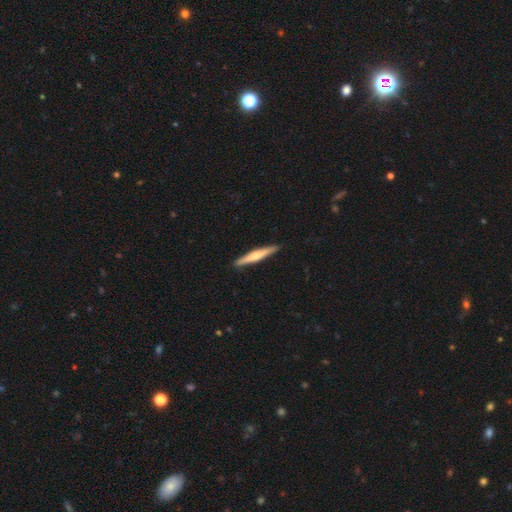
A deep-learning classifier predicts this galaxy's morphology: Smooth or featured? Predicted: featured or disk (p=0.49). Merging? Predicted: none (p=0.91).